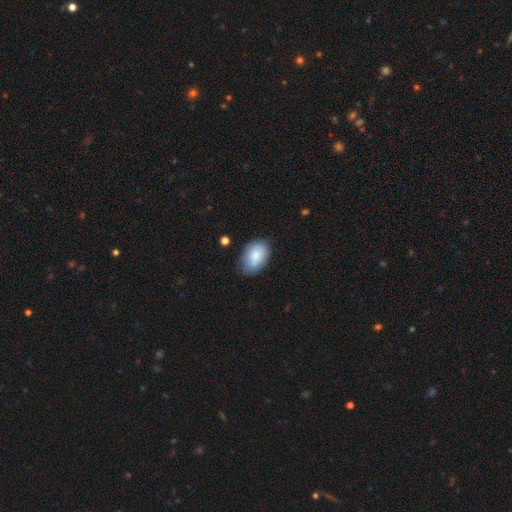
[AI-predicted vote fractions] Overall: smooth (84%). How rounded: in between (88%). Merging: none (76%).